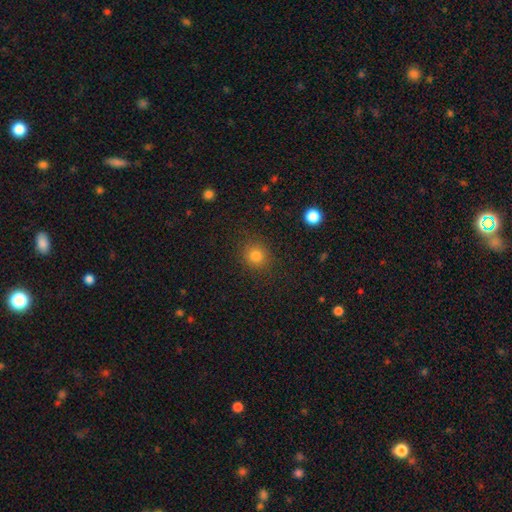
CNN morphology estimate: Smooth or featured?
  - smooth: 81% *
  - star or artifact: 13%
  - featured or disk: 6%
How rounded?
  - round: 87% *
  - in between: 12%
  - cigar-shaped: 1%
Merging?
  - none: 88% *
  - minor disturbance: 8%
  - major disturbance: 3%
  - merger: 1%